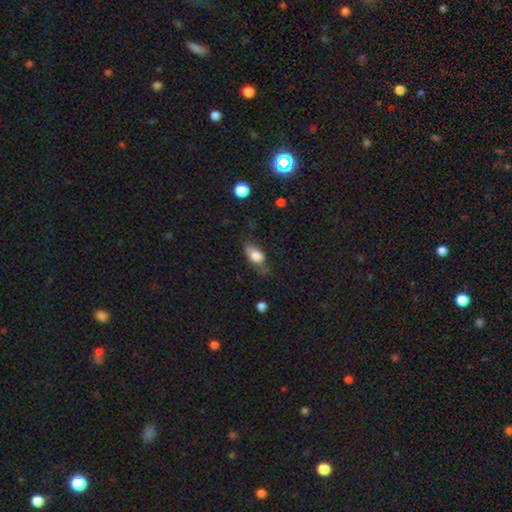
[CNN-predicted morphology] A smooth galaxy with no disk features (76%) that is in between round and cigar-shaped (82%).

Vote fractions:
- Smooth or featured? smooth: 76% / featured or disk: 15% / star or artifact: 8%
- How rounded? in between: 82% / cigar-shaped: 9% / round: 9%
- Merging? none: 59% / minor disturbance: 28% / major disturbance: 11% / merger: 2%